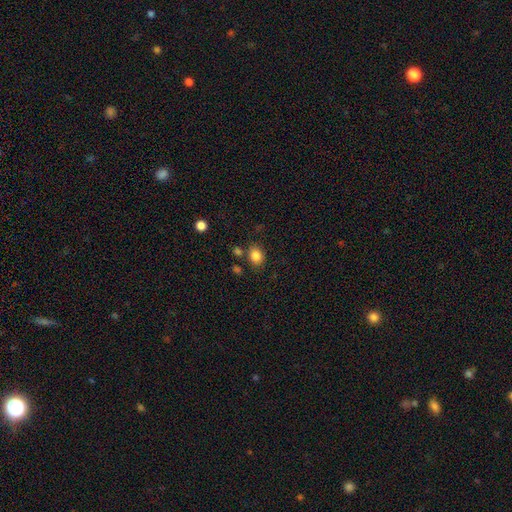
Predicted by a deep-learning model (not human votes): Smooth or featured? Predicted: smooth (p=0.85). How rounded? Predicted: in between (p=0.51). Merging? Predicted: none (p=0.75).